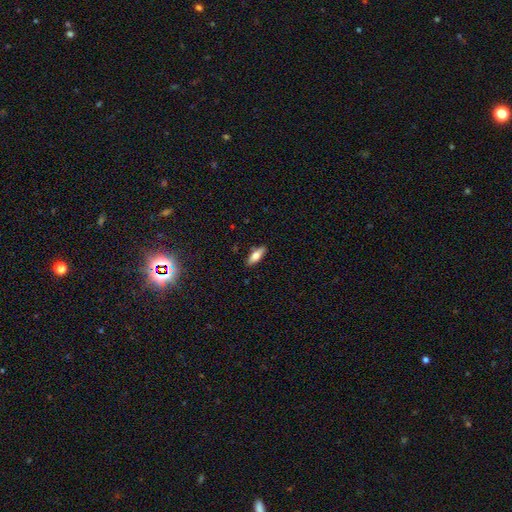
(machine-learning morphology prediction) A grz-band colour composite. It shows a smooth galaxy with no disk features (68%) that is in between round and cigar-shaped (64%). Merging: none (88%).